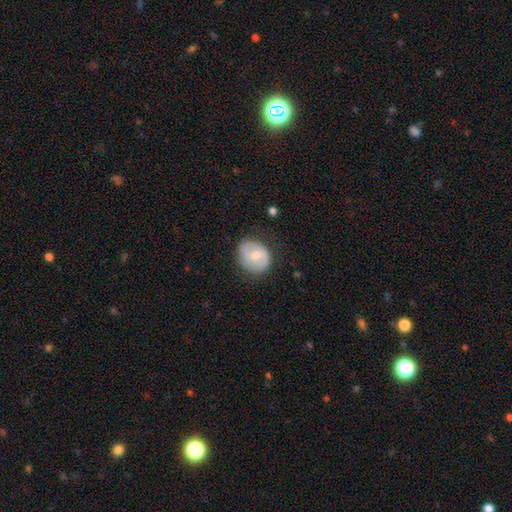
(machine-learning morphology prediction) smooth-or-featured: smooth: 51% | featured or disk: 42% | star or artifact: 7%
  how-rounded: round: 64% | in between: 35% | cigar-shaped: 1%
  merging: none: 74% | minor disturbance: 19% | major disturbance: 6% | merger: 1%